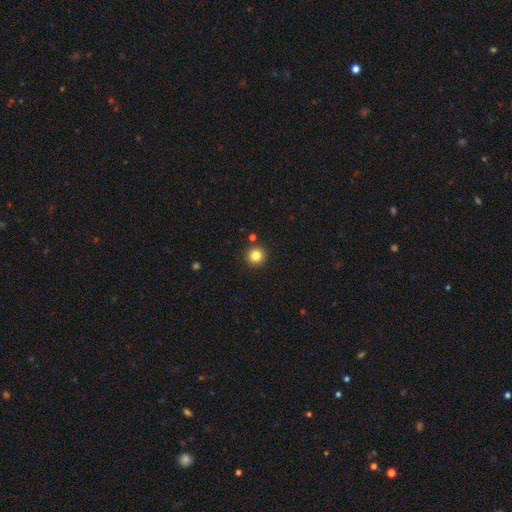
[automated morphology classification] smooth_or_featured: smooth (p=0.83) [alt: star or artifact p=0.12]
how_rounded: round (p=0.95) [alt: in between p=0.04]
merging: none (p=0.90) [alt: minor disturbance p=0.05]